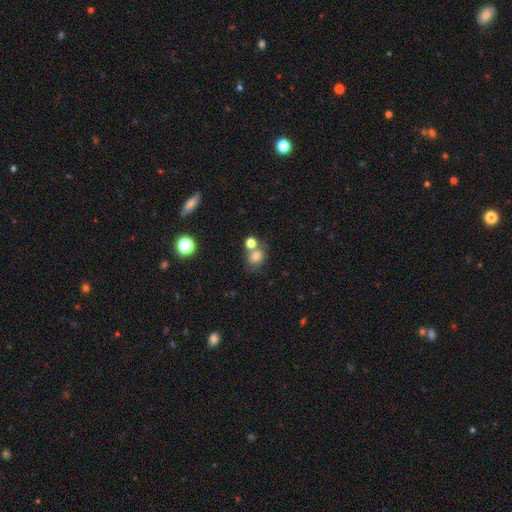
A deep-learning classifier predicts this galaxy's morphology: Overall: smooth (77%). How rounded: round (66%; in between 32%). Merging: none (50%; merger 32%).